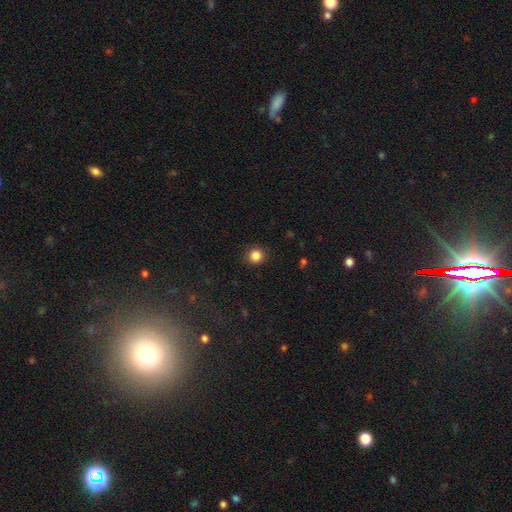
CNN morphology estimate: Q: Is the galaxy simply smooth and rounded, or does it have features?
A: smooth — 85%.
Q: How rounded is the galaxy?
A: round — 91%.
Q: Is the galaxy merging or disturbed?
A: none — 90%.